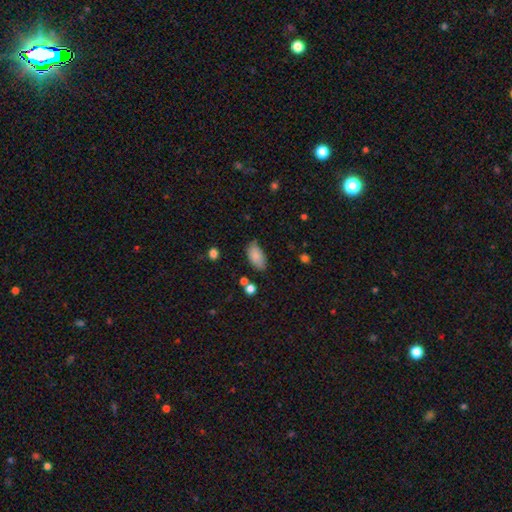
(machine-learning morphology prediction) smooth 85%, star or artifact 8%, featured or disk 7%. Down the decision tree: how rounded — in between (93%); merging — none (67%).